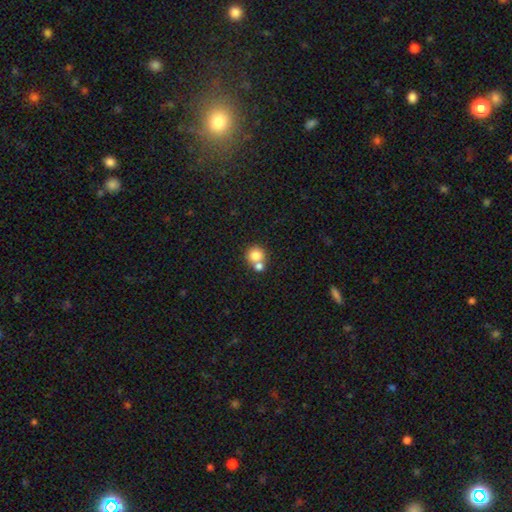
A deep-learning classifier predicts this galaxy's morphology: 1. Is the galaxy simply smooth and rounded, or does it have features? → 80% smooth, 10% star or artifact, 10% featured or disk.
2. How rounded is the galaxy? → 88% round, 11% in between, 1% cigar-shaped.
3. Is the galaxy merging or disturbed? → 47% none, 44% merger, 6% minor disturbance, 3% major disturbance.